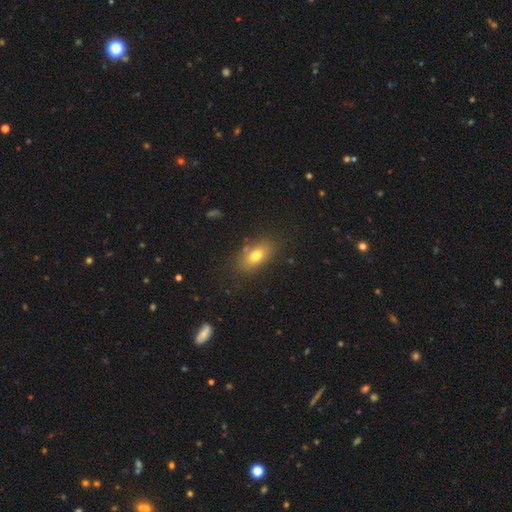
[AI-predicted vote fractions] smooth_or_featured: smooth (p=0.75) [alt: featured or disk p=0.15]
how_rounded: in between (p=0.85) [alt: round p=0.08]
merging: none (p=0.80) [alt: minor disturbance p=0.12]